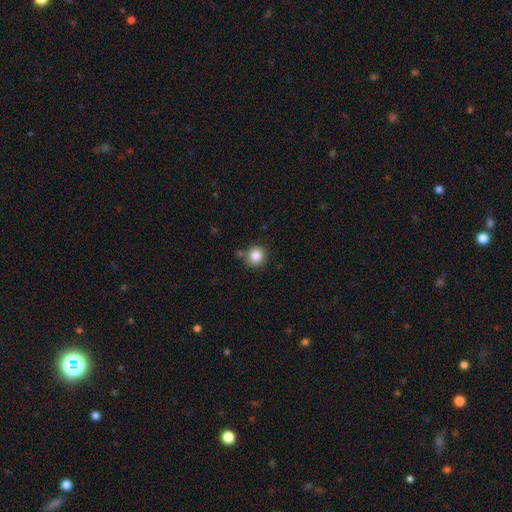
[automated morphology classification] This appears to be a smooth galaxy with no disk features (85%) that is round (90%). Merging: none (79%).